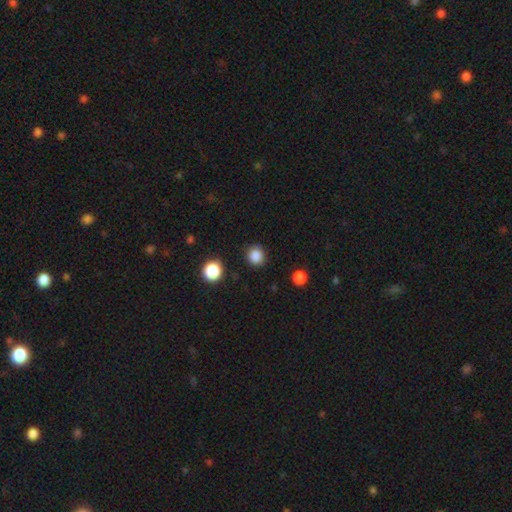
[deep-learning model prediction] The model was most divided on "smooth or featured": smooth: 85%, star or artifact: 11%, featured or disk: 3%. More confident: how rounded — round (89%); merging — none (87%).